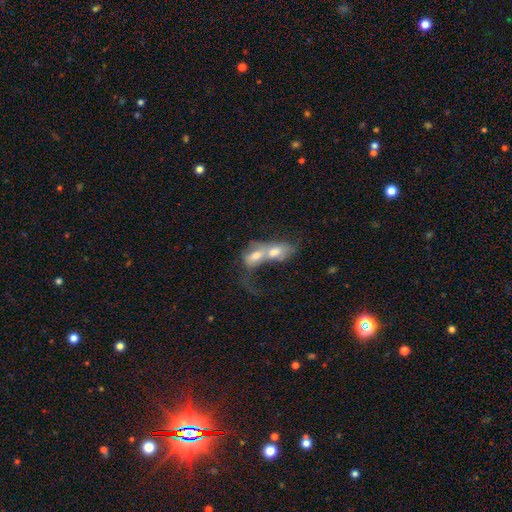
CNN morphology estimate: Q: Smooth or featured?
A: smooth (57%); runner-up: featured or disk (35%)
Q: How rounded?
A: in between (81%); runner-up: round (10%)
Q: Merging?
A: merger (81%); runner-up: major disturbance (8%)